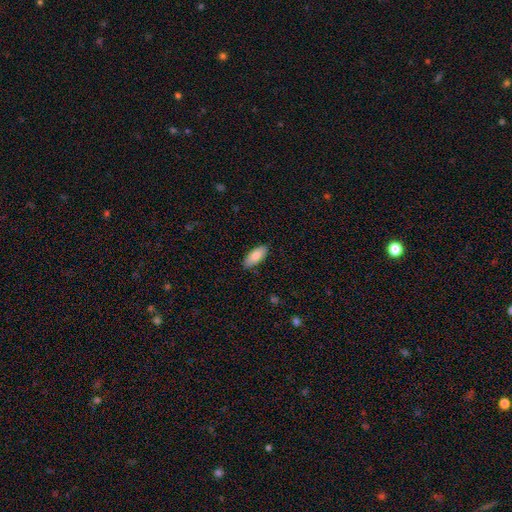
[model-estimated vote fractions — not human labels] This appears to be a smooth galaxy with no disk features (83%) that is in between round and cigar-shaped (84%). Merging: none (88%).